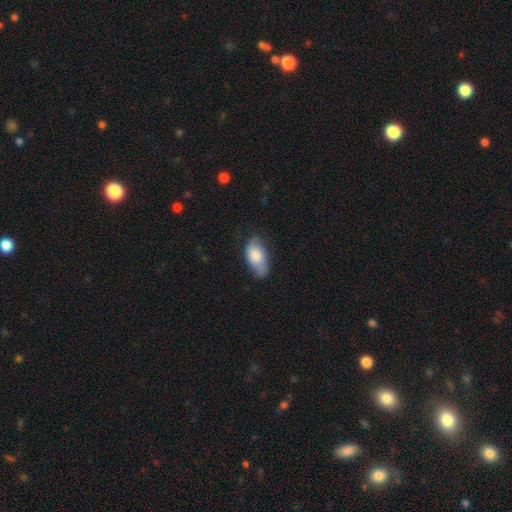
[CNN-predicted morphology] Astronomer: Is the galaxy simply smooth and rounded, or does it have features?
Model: smooth — 76%.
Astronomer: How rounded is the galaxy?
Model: in between — 92%.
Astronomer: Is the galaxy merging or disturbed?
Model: none — 56% (runner-up: minor disturbance, 34%).